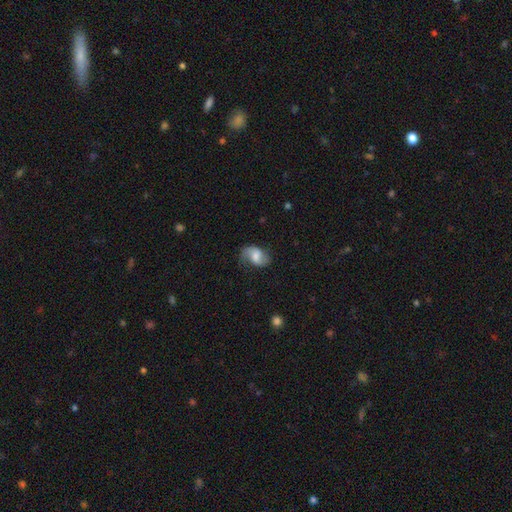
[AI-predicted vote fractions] The model was most divided on "bar": weak: 46%, no: 38%, strong: 15%. Remaining: edge-on disk — no (97%); spiral arms — yes (89%); merging — none (62%); smooth or featured — featured or disk (55%); bulge size — moderate (40%).